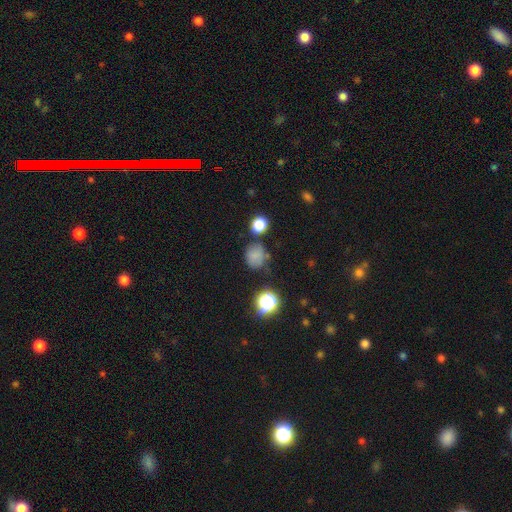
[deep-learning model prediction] This is likely a smooth galaxy (75%). How rounded: likely round (79%). Merging: likely none (66%).